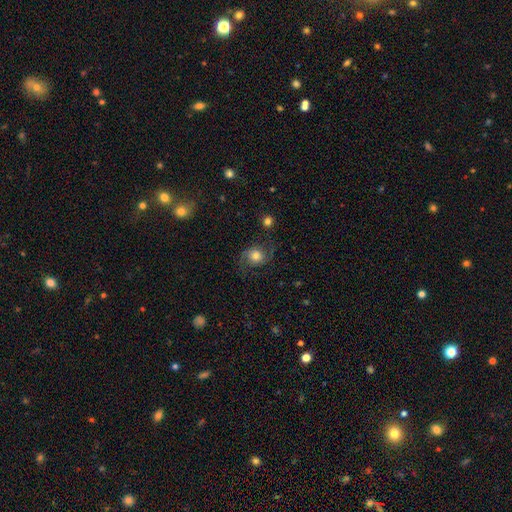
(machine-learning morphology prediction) Smooth or featured? featured or disk (61%)
Edge-on disk? no (97%)
Bar? no (73%)
Spiral arms? yes (92%)
Spiral winding? loose (48%)
Spiral arm count? 2 (91%)
Bulge size? moderate (51%)
Merging? none (70%)